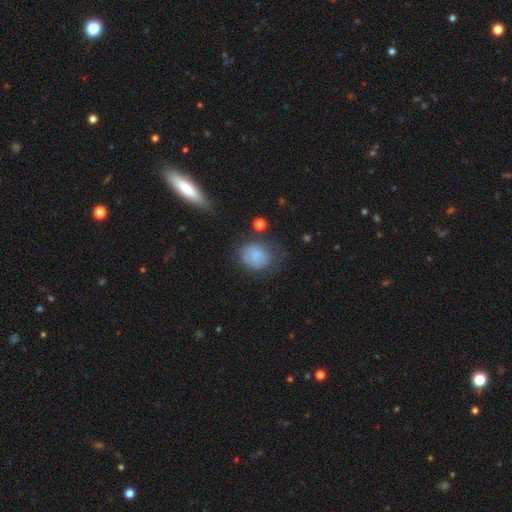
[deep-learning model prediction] This appears to be a smooth galaxy with no disk features (76%) that is round (59%). Merging: none (58%).